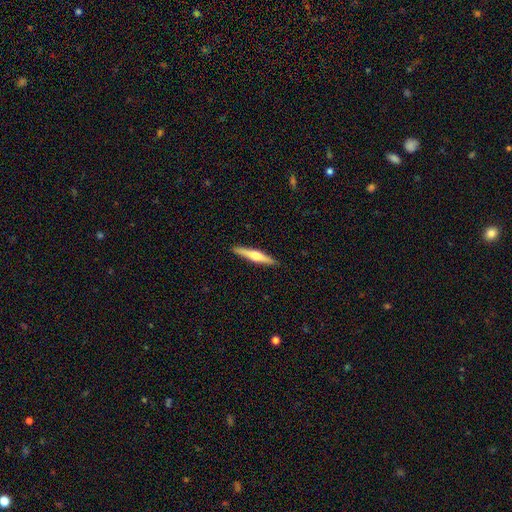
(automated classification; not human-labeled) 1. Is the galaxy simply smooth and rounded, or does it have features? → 60% featured or disk, 35% smooth, 5% star or artifact.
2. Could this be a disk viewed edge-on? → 97% yes, 3% no.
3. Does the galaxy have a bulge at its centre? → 92% rounded, 5% none, 4% boxy.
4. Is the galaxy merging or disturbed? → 91% none, 6% minor disturbance, 1% major disturbance, 1% merger.